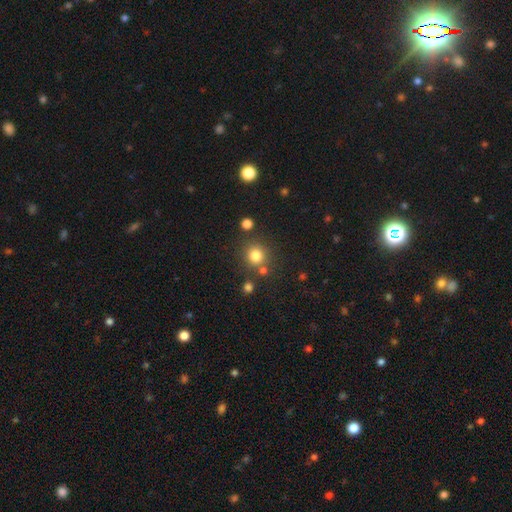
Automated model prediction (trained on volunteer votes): Smooth or featured?
  - smooth: 80% *
  - star or artifact: 14%
  - featured or disk: 6%
How rounded?
  - round: 92% *
  - in between: 7%
  - cigar-shaped: 1%
Merging?
  - none: 79% *
  - merger: 9%
  - minor disturbance: 8%
  - major disturbance: 3%